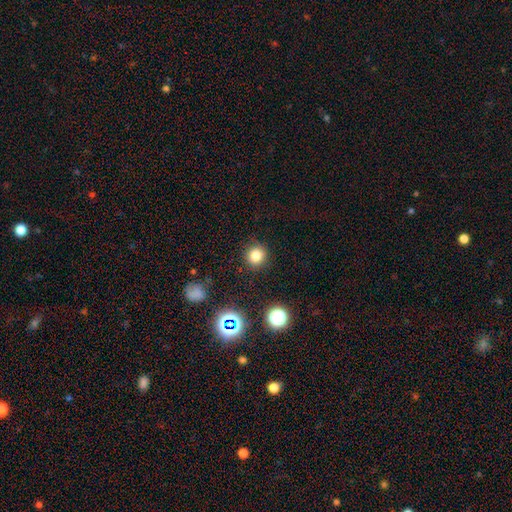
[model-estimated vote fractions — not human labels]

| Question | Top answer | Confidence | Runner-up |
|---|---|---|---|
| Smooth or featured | smooth | 78% | star or artifact (15%) |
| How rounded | round | 91% | in between (8%) |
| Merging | none | 88% | minor disturbance (7%) |